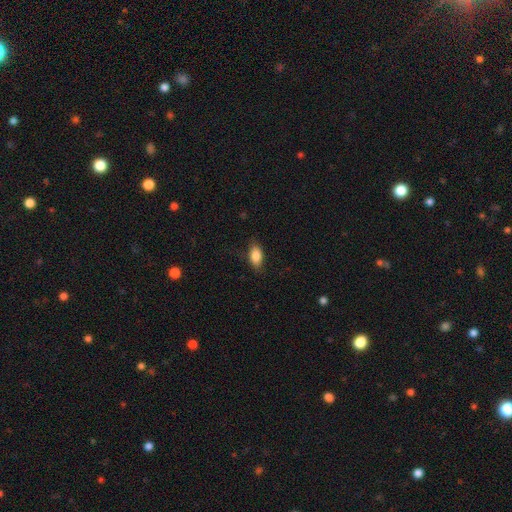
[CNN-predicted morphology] This appears to be a smooth galaxy with no disk features (85%) that is in between round and cigar-shaped (89%). Merging: none (78%).